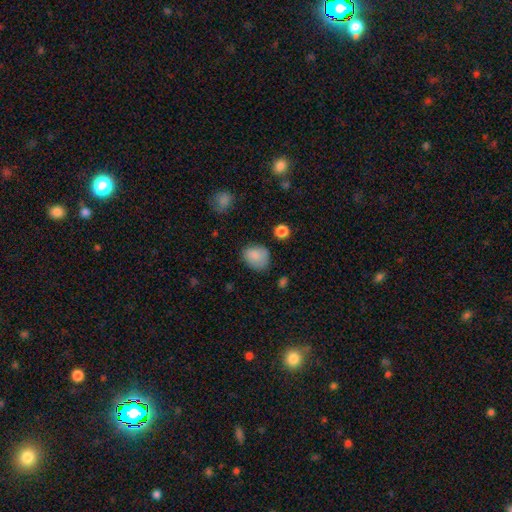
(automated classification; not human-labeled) A smooth galaxy with no disk features (84%) that is round (56%).

Vote fractions:
- Smooth or featured? smooth: 84% / star or artifact: 9% / featured or disk: 7%
- How rounded? round: 56% / in between: 43% / cigar-shaped: 1%
- Merging? none: 67% / minor disturbance: 24% / major disturbance: 6% / merger: 2%